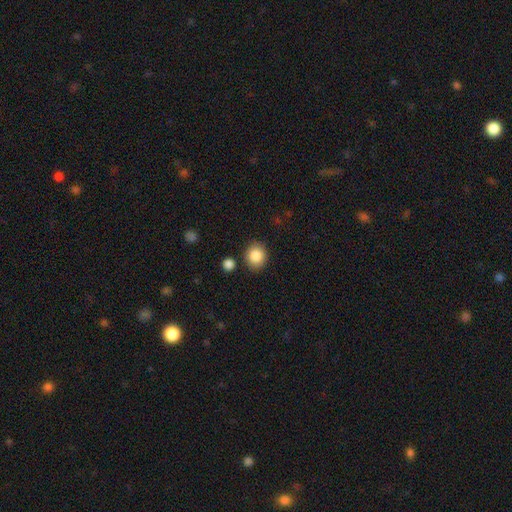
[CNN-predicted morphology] This appears to be a smooth galaxy with no disk features (87%) that is round (72%). Merging: none (84%).